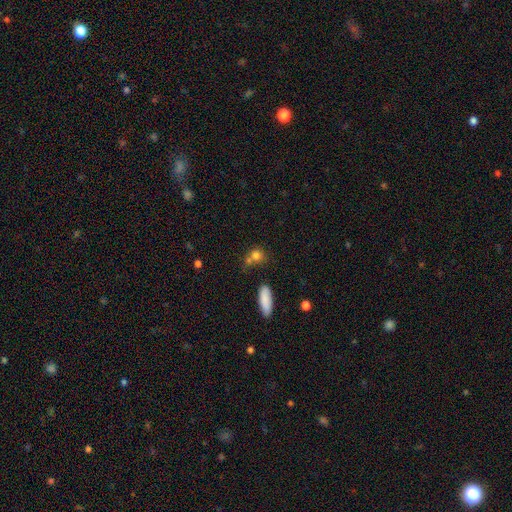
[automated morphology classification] A smooth galaxy with no disk features (79%) that is round (67%). Merging: none (51%).